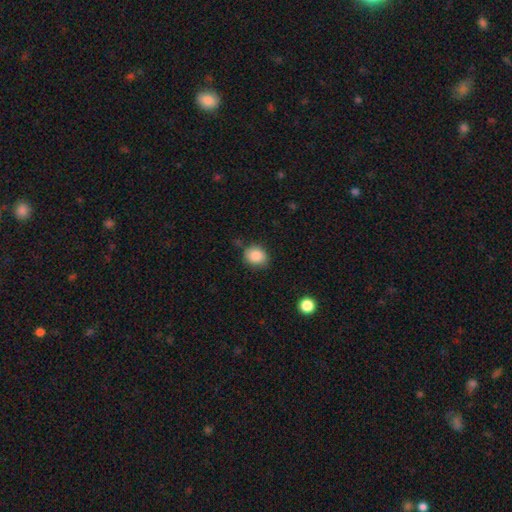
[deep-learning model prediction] Smooth or featured? Predicted: smooth (p=0.87). How rounded? Predicted: round (p=0.59). Merging? Predicted: none (p=0.75).